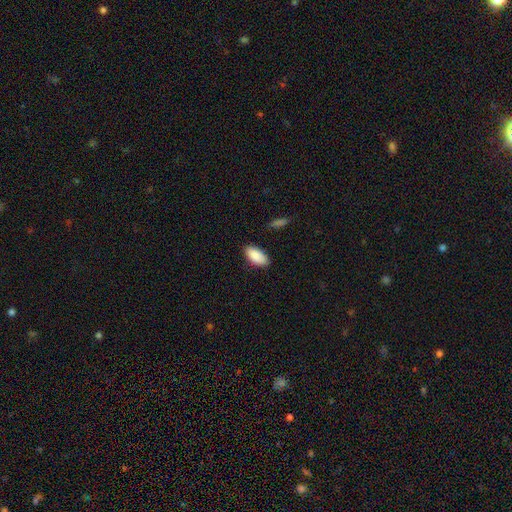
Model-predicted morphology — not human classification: A smooth galaxy with no disk features (89%) that is in between round and cigar-shaped (93%). Merging: none (83%).